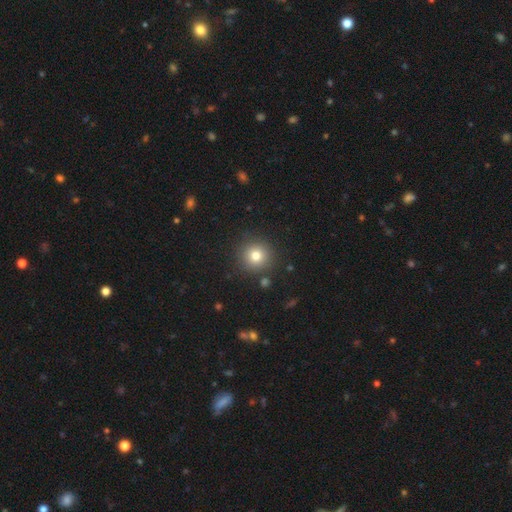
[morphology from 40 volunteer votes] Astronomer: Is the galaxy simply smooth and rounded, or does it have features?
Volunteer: smooth — 88%.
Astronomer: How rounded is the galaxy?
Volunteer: round — 94%.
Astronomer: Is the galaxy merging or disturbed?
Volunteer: none — 92%.